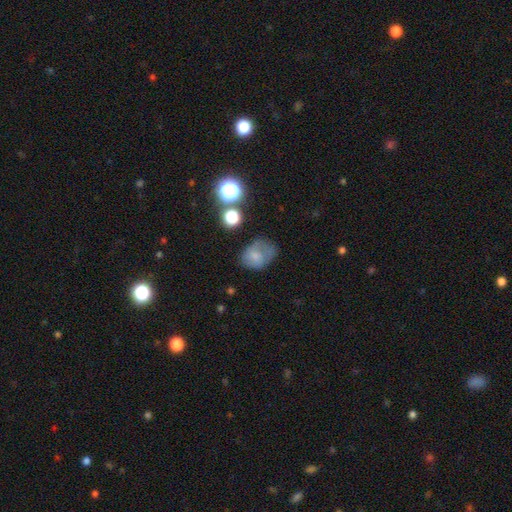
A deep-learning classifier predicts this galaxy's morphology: Smooth or featured: smooth — 65% (featured or disk — 22%)
How rounded: in between — 52% (round — 47%)
Merging: none — 41% (minor disturbance — 31%)